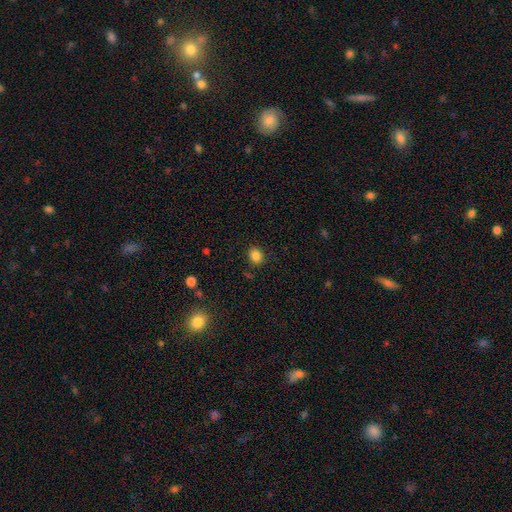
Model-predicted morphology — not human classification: Q: Smooth or featured?
A: smooth (84%); runner-up: star or artifact (11%)
Q: How rounded?
A: round (58%); runner-up: in between (41%)
Q: Merging?
A: none (86%); runner-up: minor disturbance (9%)